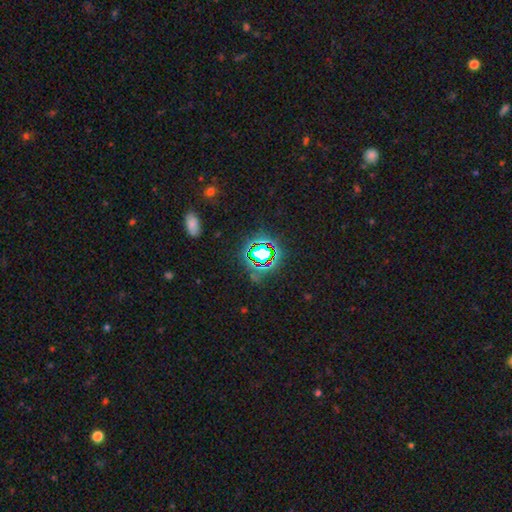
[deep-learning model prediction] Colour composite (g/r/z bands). It shows a star or artifact, not a galaxy (75%).